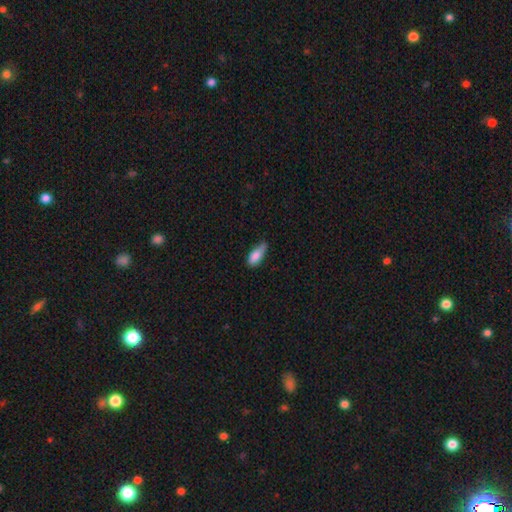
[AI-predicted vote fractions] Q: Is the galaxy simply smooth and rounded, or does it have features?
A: smooth — 84%.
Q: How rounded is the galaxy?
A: in between — 76%.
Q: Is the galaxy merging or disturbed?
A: none — 48%.